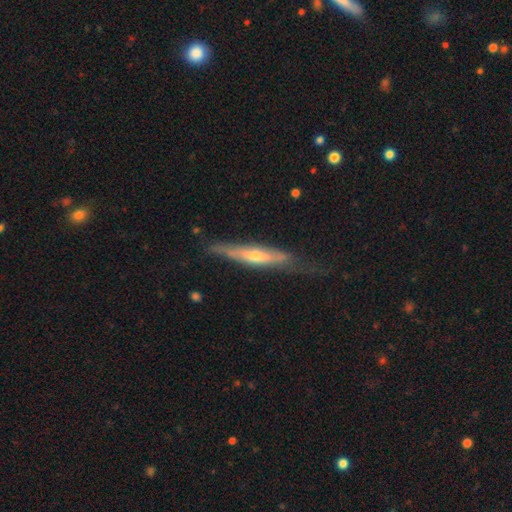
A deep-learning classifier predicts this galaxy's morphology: The model was most divided on "smooth or featured": featured or disk: 60%, smooth: 34%, star or artifact: 6%. More confident: edge-on disk — yes (83%); edge-on bulge — rounded (65%); merging — none (61%).